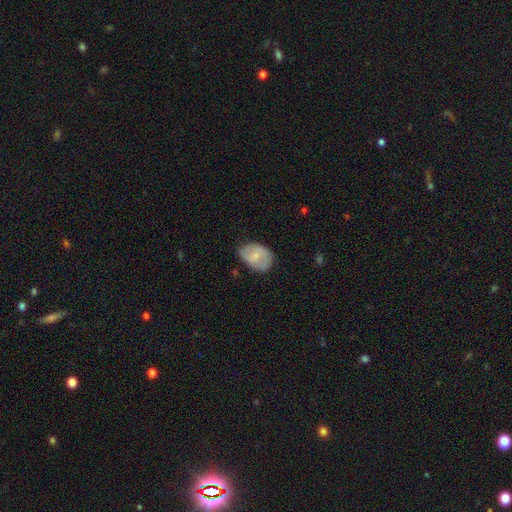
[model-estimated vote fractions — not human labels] Q: Smooth or featured?
A: smooth (69%); runner-up: featured or disk (24%)
Q: How rounded?
A: in between (77%); runner-up: round (22%)
Q: Merging?
A: none (58%); runner-up: minor disturbance (33%)